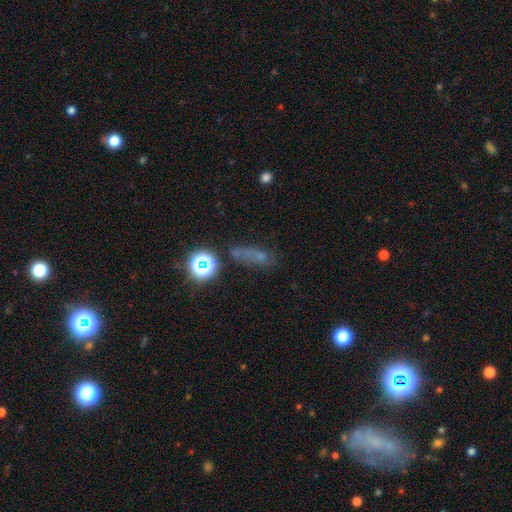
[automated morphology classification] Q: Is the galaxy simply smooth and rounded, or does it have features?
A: smooth — 49%.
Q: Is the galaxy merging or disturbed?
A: none — 48%.